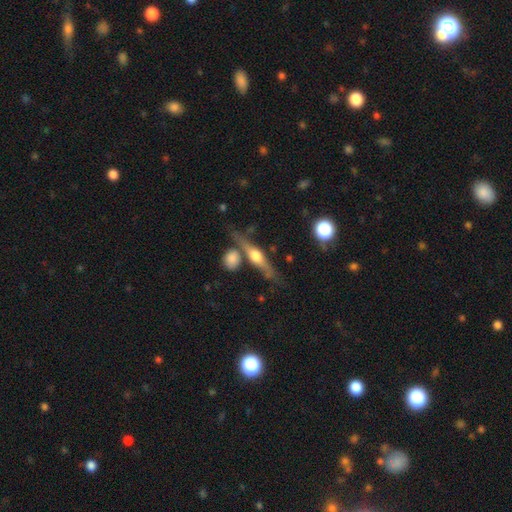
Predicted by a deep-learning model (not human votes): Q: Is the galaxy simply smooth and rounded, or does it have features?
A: featured or disk — 71%.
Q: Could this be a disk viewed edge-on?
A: yes — 94%.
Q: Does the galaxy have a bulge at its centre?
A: rounded — 92%.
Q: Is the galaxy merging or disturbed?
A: none — 71%.